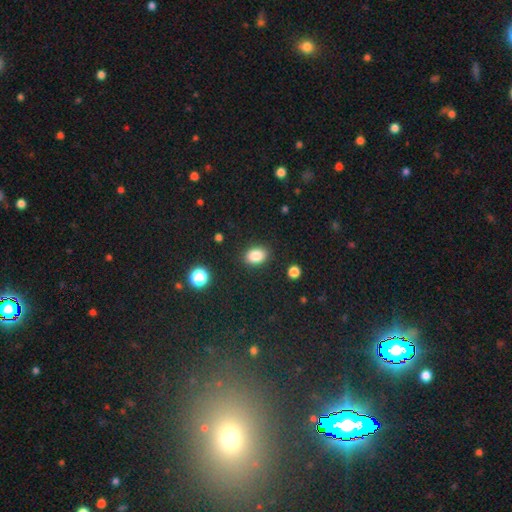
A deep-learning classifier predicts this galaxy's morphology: A smooth galaxy with no disk features (86%) that is in between round and cigar-shaped (68%).

Vote fractions:
- Smooth or featured? smooth: 86% / star or artifact: 10% / featured or disk: 5%
- How rounded? in between: 68% / round: 31% / cigar-shaped: 1%
- Merging? none: 87% / minor disturbance: 9% / major disturbance: 3% / merger: 2%